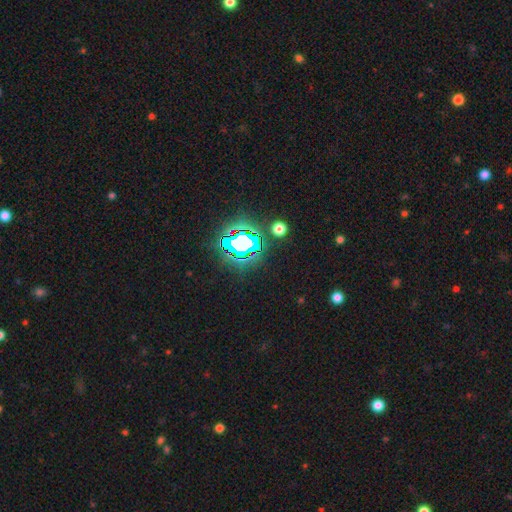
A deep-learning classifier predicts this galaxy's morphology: smooth-or-featured: star or artifact: 86% | smooth: 9% | featured or disk: 6%